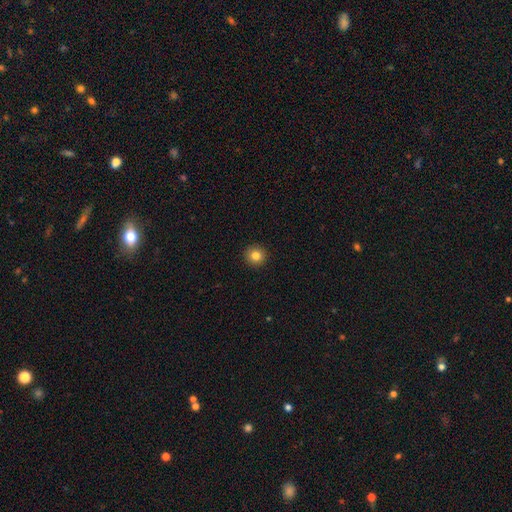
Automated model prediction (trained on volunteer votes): Smooth or featured: smooth — 82% (star or artifact — 11%)
How rounded: round — 95% (in between — 4%)
Merging: none — 94% (minor disturbance — 4%)